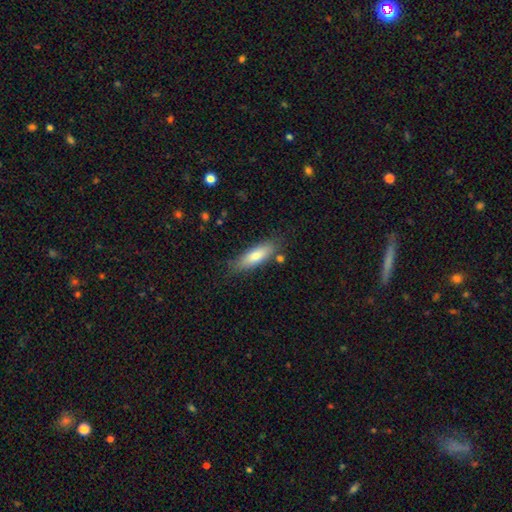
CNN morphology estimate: Smooth or featured? Predicted: smooth (p=0.75). How rounded? Predicted: cigar-shaped (p=0.53). Merging? Predicted: none (p=0.80).